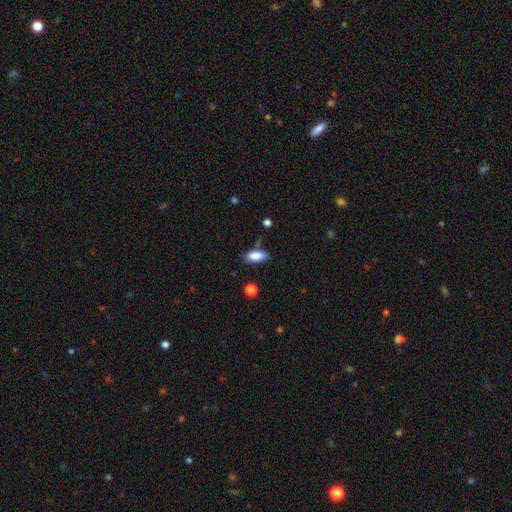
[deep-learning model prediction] Smooth or featured?
  - smooth: 86% *
  - star or artifact: 8%
  - featured or disk: 6%
How rounded?
  - in between: 86% *
  - cigar-shaped: 11%
  - round: 3%
Merging?
  - none: 72% *
  - minor disturbance: 20%
  - merger: 5%
  - major disturbance: 4%